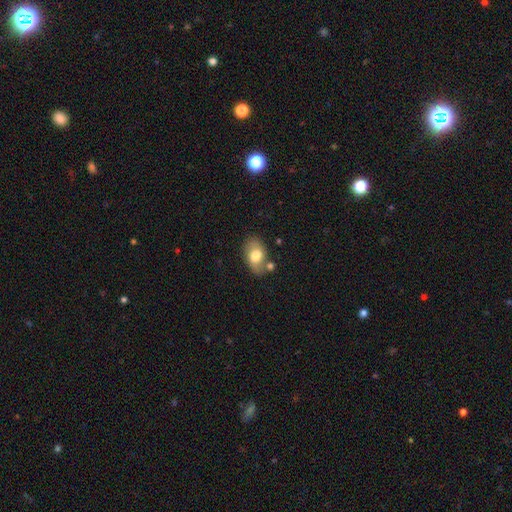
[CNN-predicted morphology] Smooth or featured?
  - smooth: 70% *
  - featured or disk: 23%
  - star or artifact: 7%
How rounded?
  - in between: 88% *
  - round: 11%
  - cigar-shaped: 2%
Merging?
  - none: 65% *
  - minor disturbance: 18%
  - merger: 12%
  - major disturbance: 5%